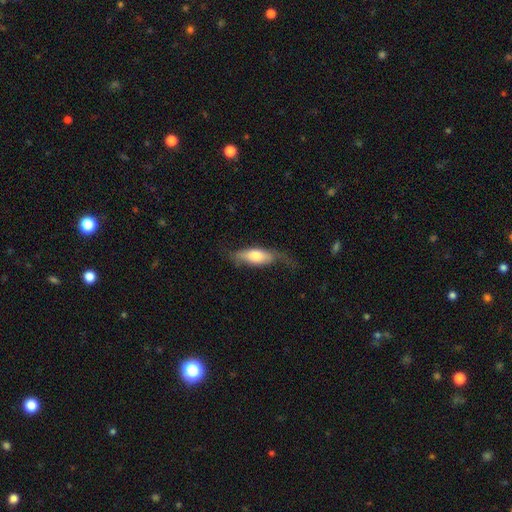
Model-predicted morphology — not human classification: smooth-or-featured: smooth: 62% | featured or disk: 32% | star or artifact: 5%
  how-rounded: in between: 64% | cigar-shaped: 33% | round: 3%
  merging: none: 47% | minor disturbance: 30% | major disturbance: 21% | merger: 2%